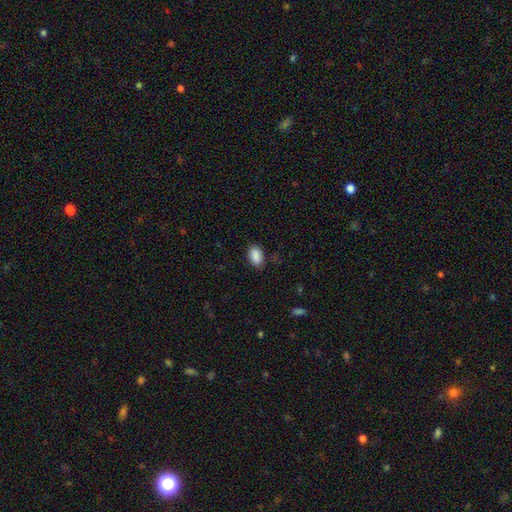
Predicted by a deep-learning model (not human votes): Smooth or featured: smooth — 89% (star or artifact — 7%)
How rounded: in between — 90% (round — 9%)
Merging: none — 80% (minor disturbance — 15%)